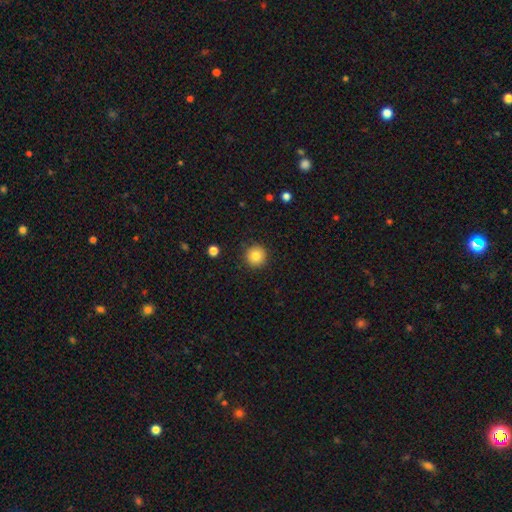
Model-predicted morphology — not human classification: smooth-or-featured: smooth: 84% | star or artifact: 10% | featured or disk: 6%
  how-rounded: round: 95% | in between: 4% | cigar-shaped: 1%
  merging: none: 91% | minor disturbance: 6% | major disturbance: 2% | merger: 1%